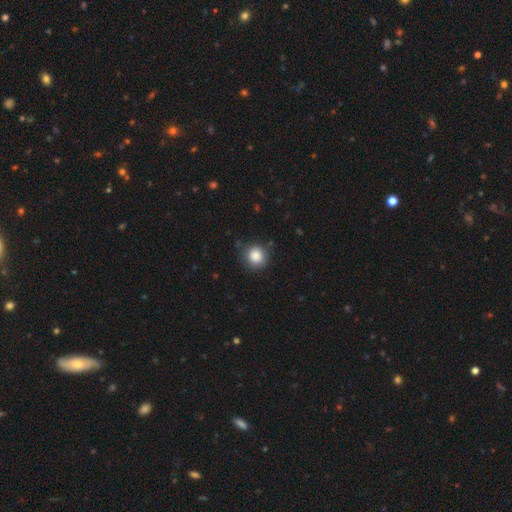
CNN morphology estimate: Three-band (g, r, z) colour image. It shows a smooth galaxy with no disk features (86%) that is round (88%). Merging: none (80%).